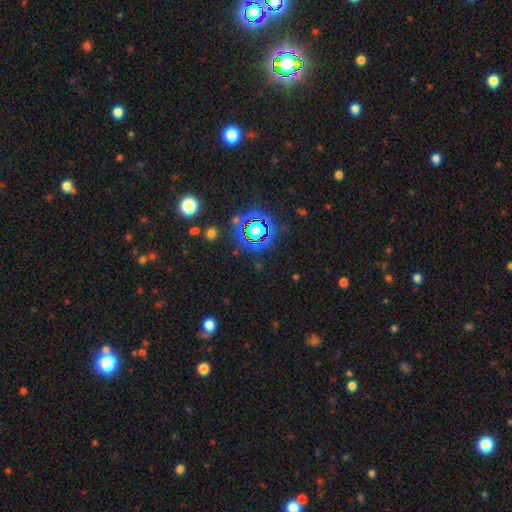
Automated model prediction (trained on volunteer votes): smooth_or_featured: star or artifact (p=0.80) [alt: smooth p=0.13]